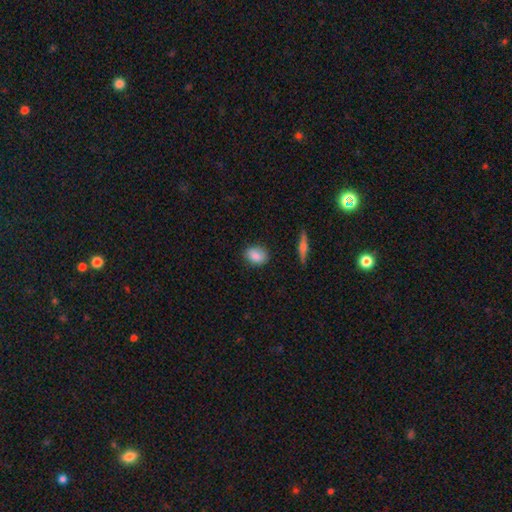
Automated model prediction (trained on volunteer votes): Q: Smooth or featured?
A: smooth (85%); runner-up: featured or disk (8%)
Q: How rounded?
A: in between (60%); runner-up: round (37%)
Q: Merging?
A: none (83%); runner-up: minor disturbance (13%)